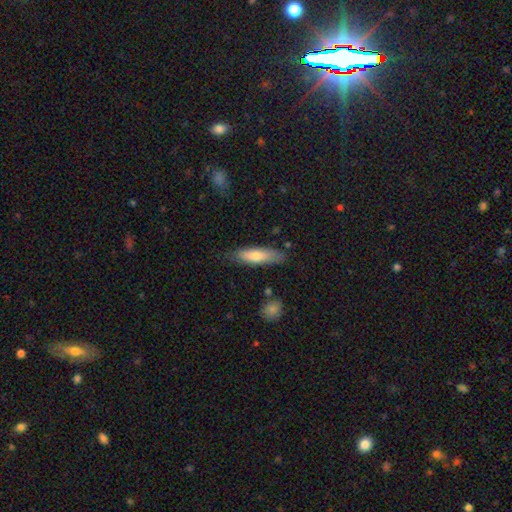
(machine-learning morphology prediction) Smooth or featured?
  - smooth: 70% *
  - featured or disk: 24%
  - star or artifact: 6%
How rounded?
  - cigar-shaped: 60% *
  - in between: 38%
  - round: 2%
Merging?
  - none: 77% *
  - minor disturbance: 17%
  - major disturbance: 3%
  - merger: 2%